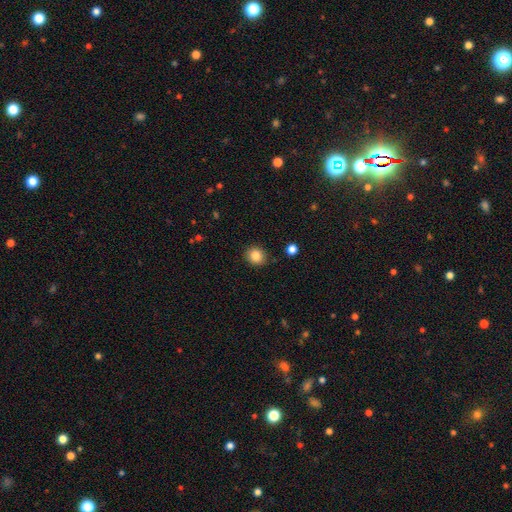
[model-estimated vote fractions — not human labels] smooth_or_featured: smooth (p=0.85) [alt: star or artifact p=0.10]
how_rounded: round (p=0.77) [alt: in between p=0.22]
merging: none (p=0.88) [alt: minor disturbance p=0.08]